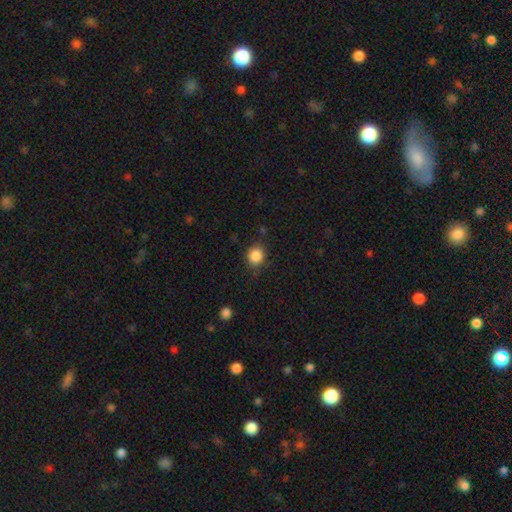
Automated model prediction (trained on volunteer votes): A smooth galaxy with no disk features (86%) that is round (84%). Merging: none (81%).